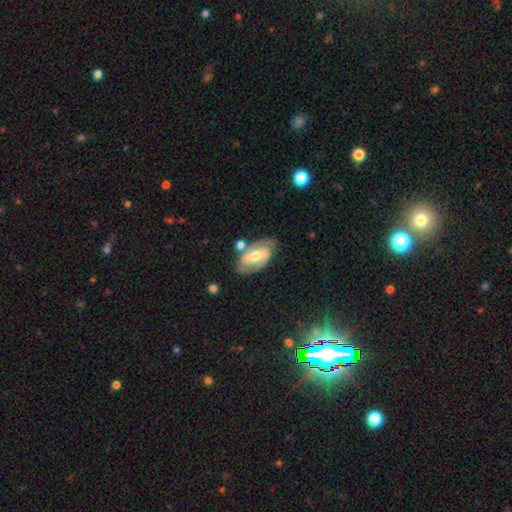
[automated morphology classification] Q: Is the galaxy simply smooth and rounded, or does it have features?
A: featured or disk — 74%.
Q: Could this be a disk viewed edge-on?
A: no — 94%.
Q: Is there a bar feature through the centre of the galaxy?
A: strong — 41%.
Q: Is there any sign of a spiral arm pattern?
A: yes — 86%.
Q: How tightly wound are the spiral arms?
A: medium — 44%.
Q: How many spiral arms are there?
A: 2 — 81%.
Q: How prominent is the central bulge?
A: moderate — 58%.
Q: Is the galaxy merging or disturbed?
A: none — 67%.